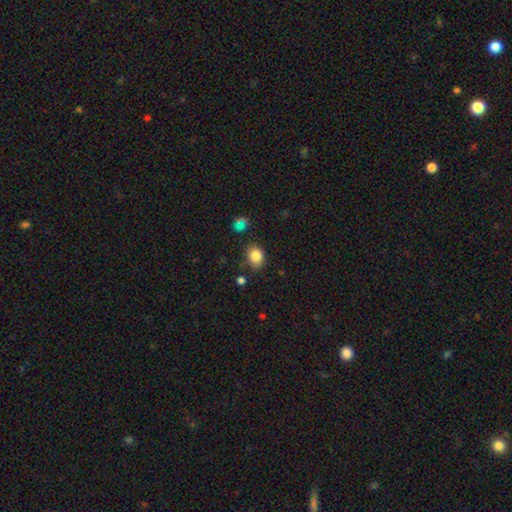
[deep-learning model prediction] This appears to be a smooth galaxy with no disk features (84%) that is in between round and cigar-shaped (54%). Merging: none (77%).